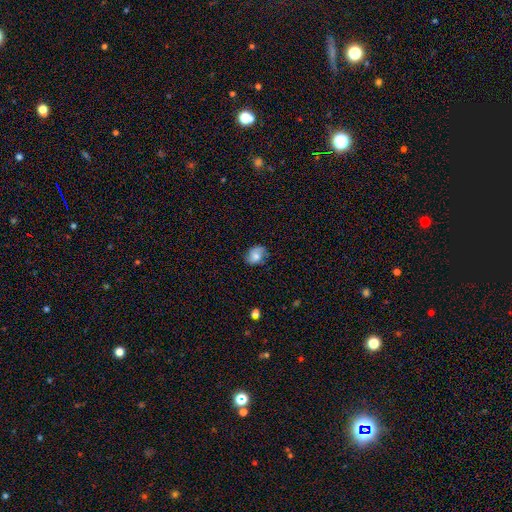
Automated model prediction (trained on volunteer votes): A smooth galaxy with no disk features (69%) that is in between round and cigar-shaped (61%).

Vote fractions:
- Smooth or featured? smooth: 69% / featured or disk: 22% / star or artifact: 9%
- How rounded? in between: 61% / round: 38% / cigar-shaped: 1%
- Merging? none: 66% / minor disturbance: 26% / major disturbance: 6% / merger: 2%